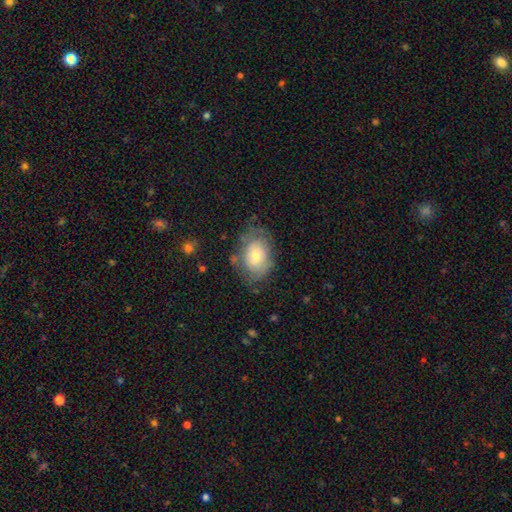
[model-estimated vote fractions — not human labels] A smooth galaxy with no disk features (57%) that is in between round and cigar-shaped (76%).

Vote fractions:
- Smooth or featured? smooth: 57% / featured or disk: 35% / star or artifact: 8%
- How rounded? in between: 76% / round: 23% / cigar-shaped: 1%
- Merging? none: 64% / minor disturbance: 24% / major disturbance: 11% / merger: 2%